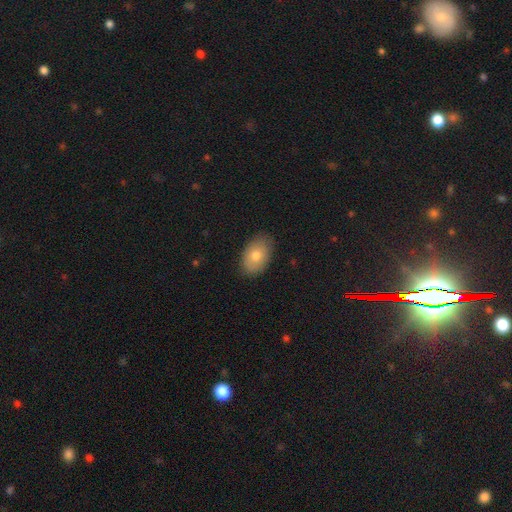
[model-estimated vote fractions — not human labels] A smooth galaxy with no disk features (75%) that is in between round and cigar-shaped (88%). Merging: none (83%).